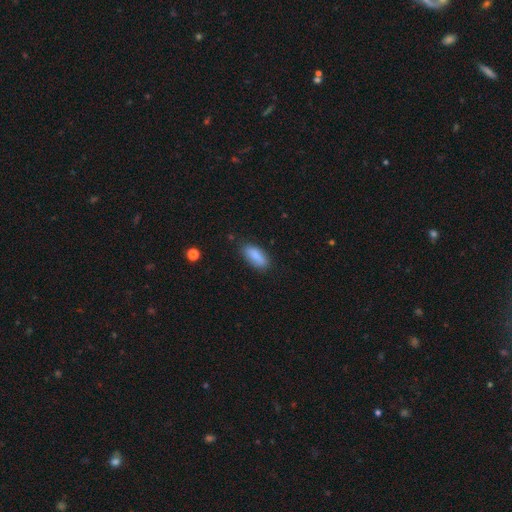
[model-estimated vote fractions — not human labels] A smooth galaxy with no disk features (86%) that is in between round and cigar-shaped (78%).

Vote fractions:
- Smooth or featured? smooth: 86% / featured or disk: 7% / star or artifact: 7%
- How rounded? in between: 78% / cigar-shaped: 20% / round: 2%
- Merging? none: 79% / minor disturbance: 16% / major disturbance: 3% / merger: 2%